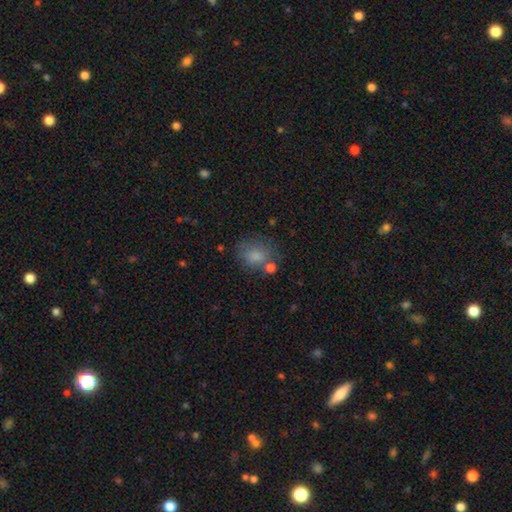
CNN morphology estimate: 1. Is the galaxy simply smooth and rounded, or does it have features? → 78% smooth, 11% star or artifact, 11% featured or disk.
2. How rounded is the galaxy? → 57% round, 41% in between, 1% cigar-shaped.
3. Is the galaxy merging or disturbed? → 56% none, 20% minor disturbance, 13% merger, 10% major disturbance.